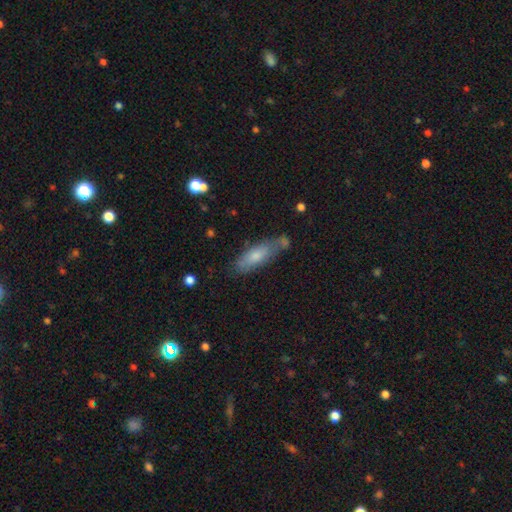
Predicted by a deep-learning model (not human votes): Smooth or featured: smooth — 70% (featured or disk — 24%)
How rounded: in between — 52% (cigar-shaped — 46%)
Merging: none — 65% (minor disturbance — 21%)